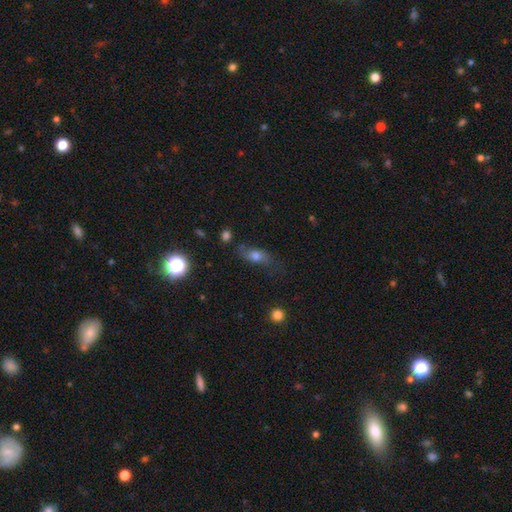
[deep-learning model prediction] Overall: smooth (63%; featured or disk 25%). How rounded: in between (71%). Merging: none (55%; minor disturbance 27%).